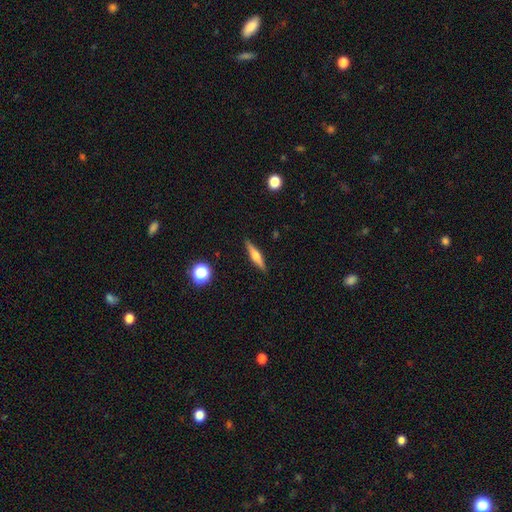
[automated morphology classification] This appears to be a featured or disk galaxy (55%) viewed edge-on (96%) with a rounded central bulge (88%). Merging: none (90%).